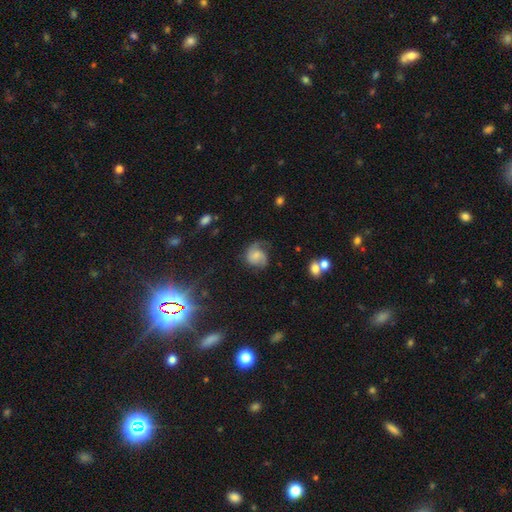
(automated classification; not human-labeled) This is likely a featured or disk galaxy (62%). It is clearly not viewed edge-on (98%). Bar: likely no (64%). Spiral arm pattern: clearly yes (92%). Spiral arm count: possibly 2 (59%). Spiral winding: marginally medium (45%). Central bulge: marginally small (39%). Merging: possibly none (54%).